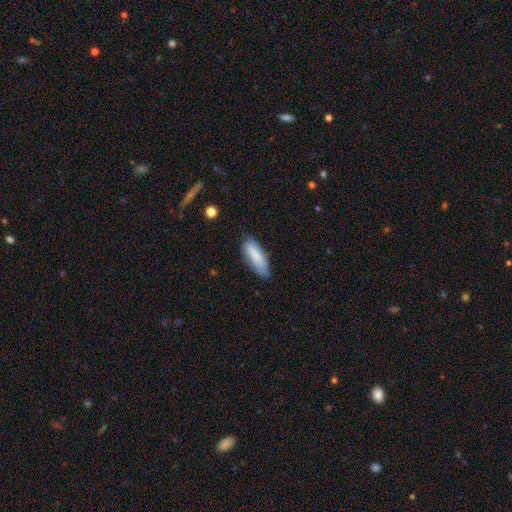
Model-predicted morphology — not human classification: Overall: smooth (83%). How rounded: in between (66%; cigar-shaped 32%). Merging: none (70%).